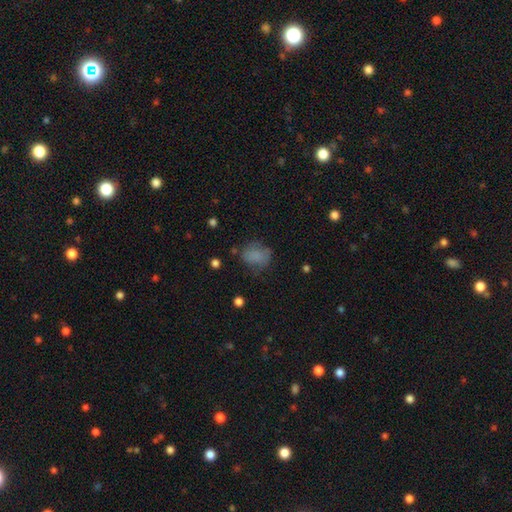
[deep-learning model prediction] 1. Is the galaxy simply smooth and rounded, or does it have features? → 76% smooth, 12% featured or disk, 12% star or artifact.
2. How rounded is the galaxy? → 53% in between, 46% round, 1% cigar-shaped.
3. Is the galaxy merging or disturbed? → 57% none, 26% minor disturbance, 14% major disturbance, 3% merger.